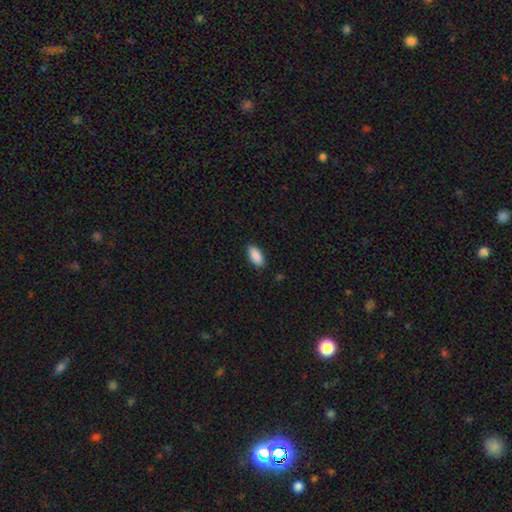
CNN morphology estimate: smooth_or_featured: smooth (p=0.90) [alt: star or artifact p=0.06]
how_rounded: in between (p=0.90) [alt: cigar-shaped p=0.08]
merging: none (p=0.87) [alt: minor disturbance p=0.10]